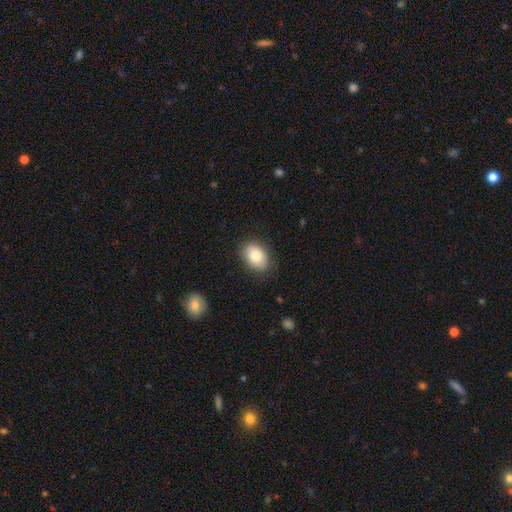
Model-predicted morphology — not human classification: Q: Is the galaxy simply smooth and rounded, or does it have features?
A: smooth — 81%.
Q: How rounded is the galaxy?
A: in between — 82%.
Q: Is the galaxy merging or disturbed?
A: none — 84%.